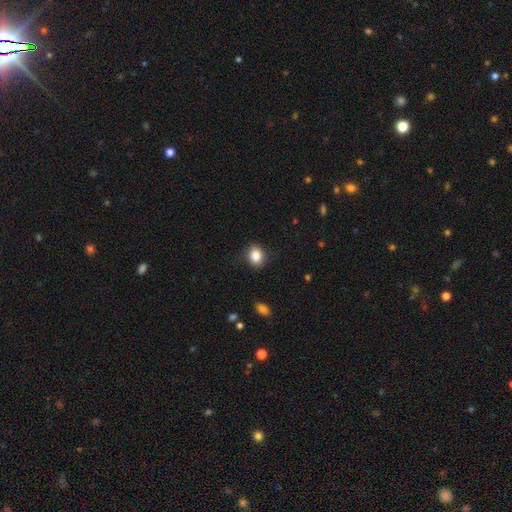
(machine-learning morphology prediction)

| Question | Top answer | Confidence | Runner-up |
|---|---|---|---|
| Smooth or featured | smooth | 86% | star or artifact (10%) |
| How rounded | round | 58% | in between (41%) |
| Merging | none | 86% | minor disturbance (10%) |